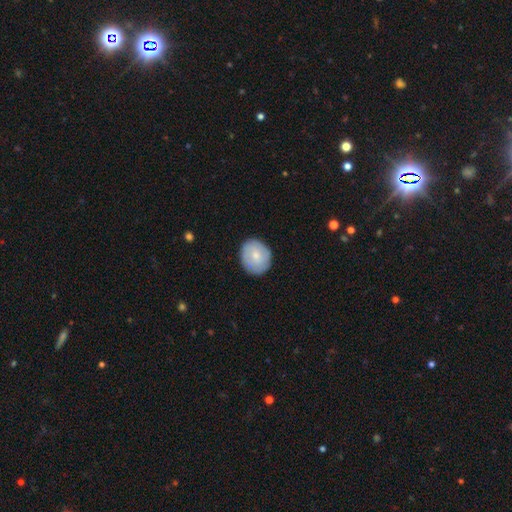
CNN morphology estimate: This appears to be a smooth galaxy with no disk features (60%) that is round (71%). Merging: none (86%).